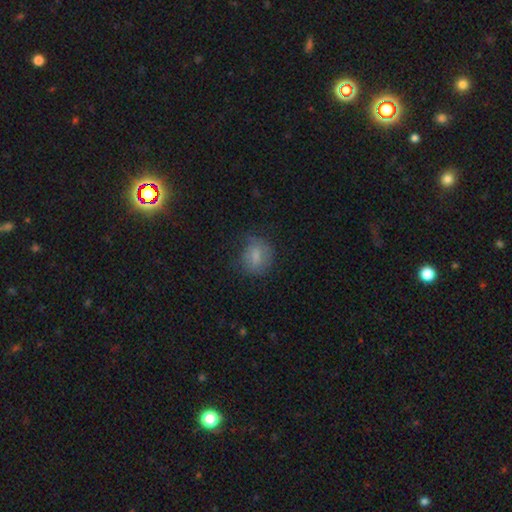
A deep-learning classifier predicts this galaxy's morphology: Smooth or featured: smooth — 70% (featured or disk — 19%)
How rounded: round — 59% (in between — 39%)
Merging: none — 62% (minor disturbance — 25%)